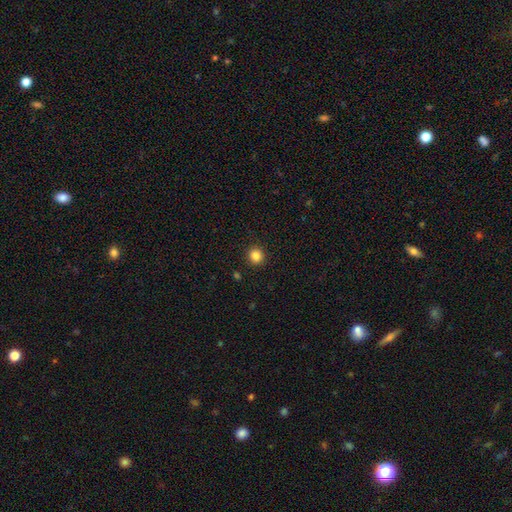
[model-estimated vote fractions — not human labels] Smooth or featured: smooth — 85% (star or artifact — 11%)
How rounded: round — 92% (in between — 7%)
Merging: none — 92% (minor disturbance — 5%)